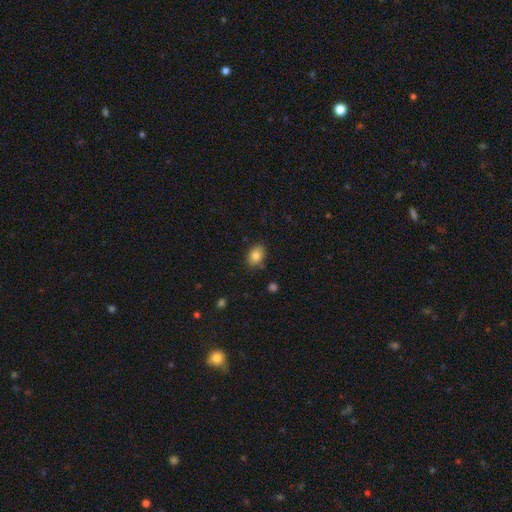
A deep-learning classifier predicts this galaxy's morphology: A smooth galaxy with no disk features (83%) that is in between round and cigar-shaped (74%). Merging: none (79%).